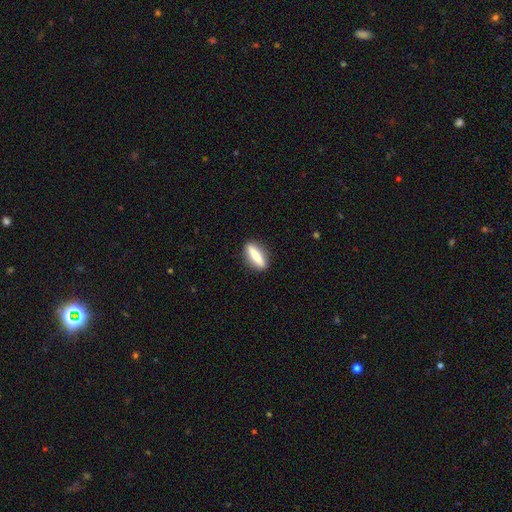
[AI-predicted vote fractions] A smooth galaxy with no disk features (74%) that is cigar-shaped (68%). Merging: none (89%).